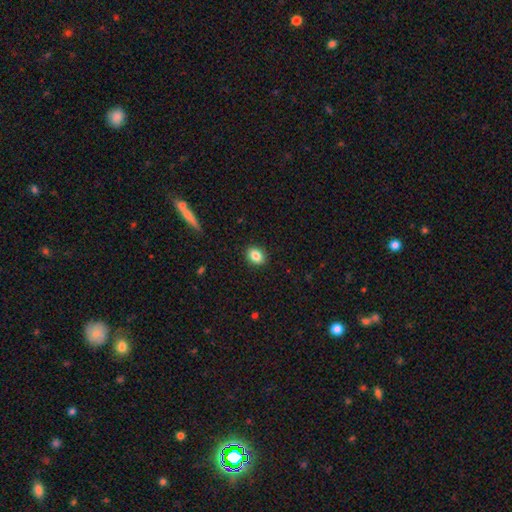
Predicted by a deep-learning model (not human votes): Smooth or featured? smooth (85%)
How rounded? in between (63%)
Merging? none (90%)